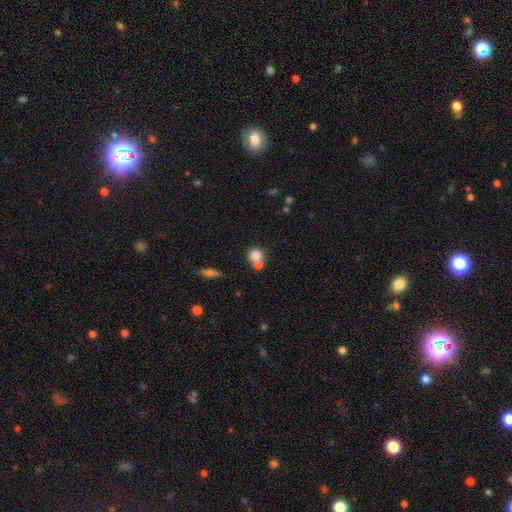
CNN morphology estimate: Smooth or featured?
  - smooth: 78% *
  - featured or disk: 11%
  - star or artifact: 10%
How rounded?
  - round: 86% *
  - in between: 13%
  - cigar-shaped: 1%
Merging?
  - none: 46% *
  - merger: 44%
  - minor disturbance: 7%
  - major disturbance: 3%